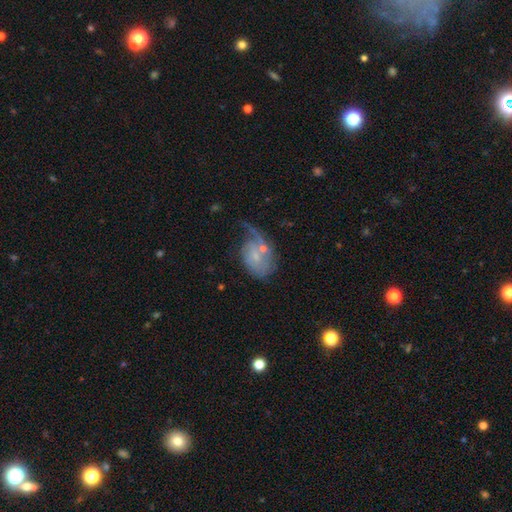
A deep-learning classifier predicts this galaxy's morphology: featured or disk 64%, smooth 27%, star or artifact 9%. Down the decision tree: edge-on disk — no (97%); bar — no (65%); spiral arms — yes (77%); bulge size — small (71%); merging — major disturbance (33%).